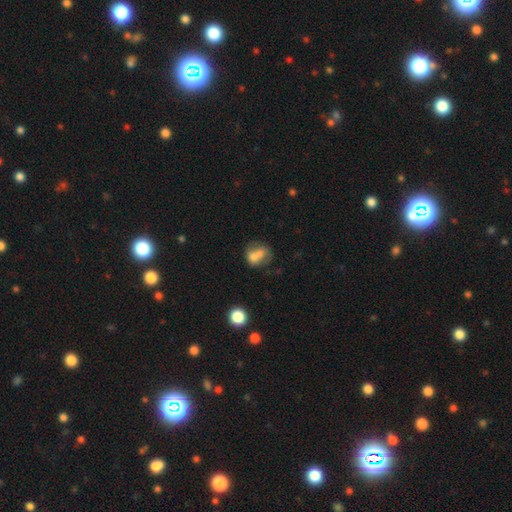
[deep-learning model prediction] Smooth or featured: smooth — 61% (featured or disk — 29%)
How rounded: round — 55% (in between — 44%)
Merging: merger — 53% (none — 26%)